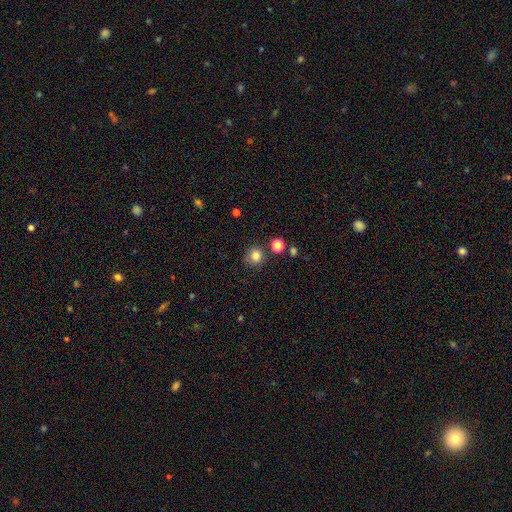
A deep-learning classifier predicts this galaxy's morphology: A smooth galaxy with no disk features (82%) that is round (90%).

Vote fractions:
- Smooth or featured? smooth: 82% / star or artifact: 12% / featured or disk: 6%
- How rounded? round: 90% / in between: 9% / cigar-shaped: 1%
- Merging? none: 80% / minor disturbance: 11% / merger: 6% / major disturbance: 4%